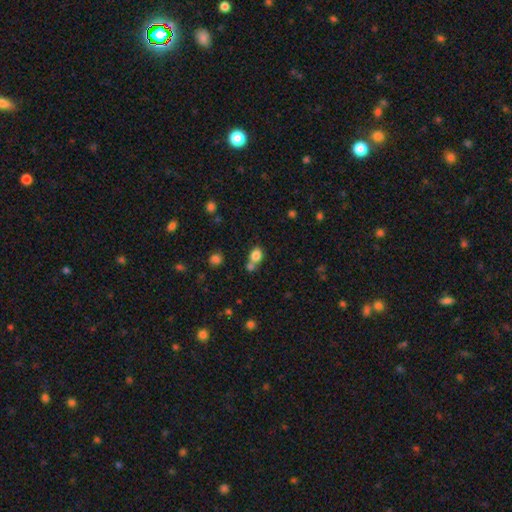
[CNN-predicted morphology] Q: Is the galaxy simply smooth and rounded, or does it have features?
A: smooth — 81%.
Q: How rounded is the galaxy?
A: in between — 50%.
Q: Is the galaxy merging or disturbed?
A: merger — 44%.